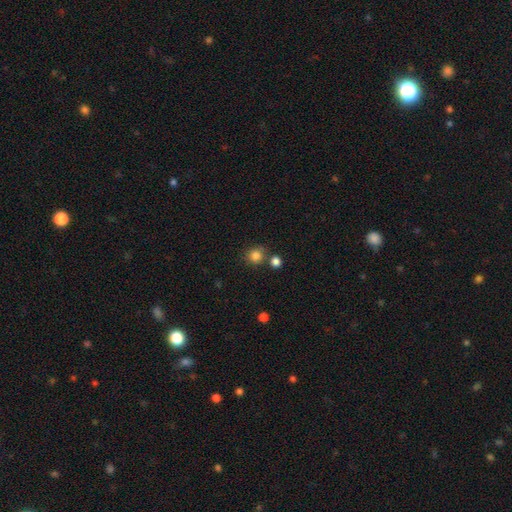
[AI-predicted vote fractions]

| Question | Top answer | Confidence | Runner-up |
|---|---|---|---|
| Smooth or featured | smooth | 83% | star or artifact (12%) |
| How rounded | round | 91% | in between (8%) |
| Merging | none | 73% | merger (14%) |